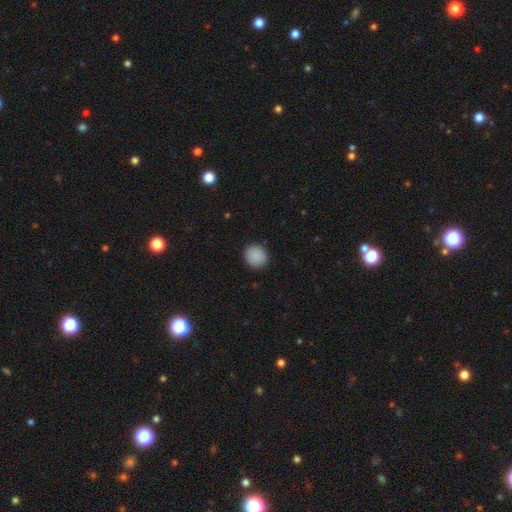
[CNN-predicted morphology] smooth_or_featured: smooth (p=0.89) [alt: star or artifact p=0.07]
how_rounded: round (p=0.87) [alt: in between p=0.12]
merging: none (p=0.90) [alt: minor disturbance p=0.07]